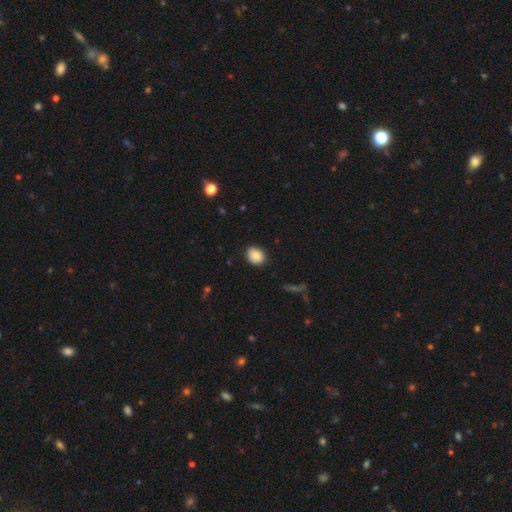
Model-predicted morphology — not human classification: This is clearly a smooth galaxy (88%). How rounded: possibly round (56%). Merging: clearly none (87%).